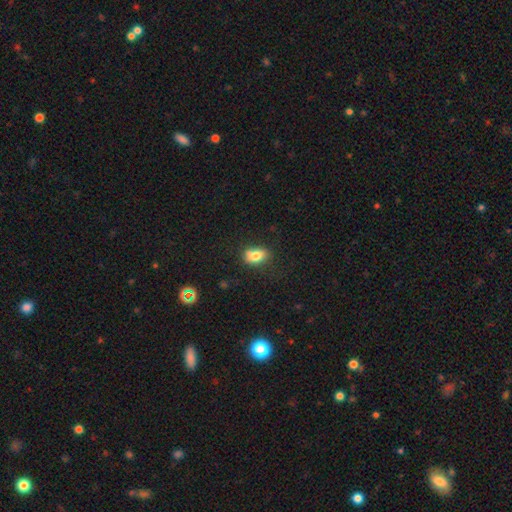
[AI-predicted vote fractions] smooth-or-featured: smooth: 77% | featured or disk: 13% | star or artifact: 10%
  how-rounded: in between: 80% | round: 18% | cigar-shaped: 2%
  merging: none: 61% | minor disturbance: 21% | merger: 11% | major disturbance: 6%